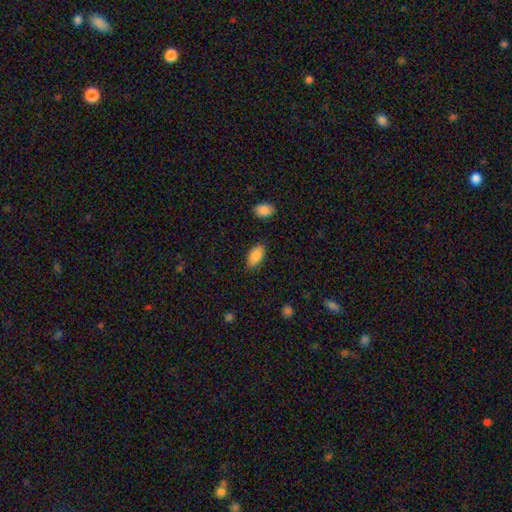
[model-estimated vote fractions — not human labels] Smooth or featured?
  - smooth: 87% *
  - star or artifact: 7%
  - featured or disk: 6%
How rounded?
  - in between: 92% *
  - cigar-shaped: 4%
  - round: 4%
Merging?
  - none: 83% *
  - minor disturbance: 12%
  - major disturbance: 3%
  - merger: 2%